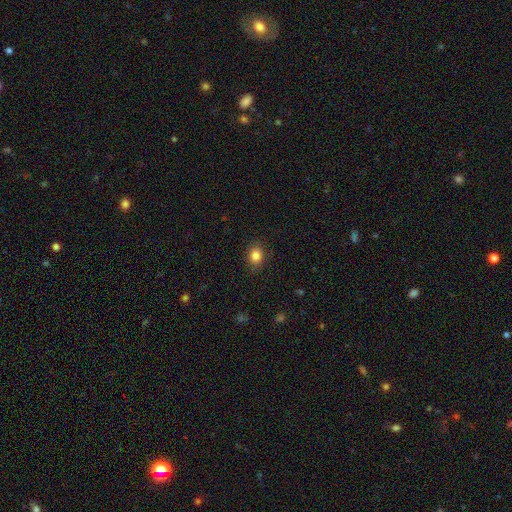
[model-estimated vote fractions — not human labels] smooth-or-featured: smooth: 84% | star or artifact: 11% | featured or disk: 5%
  how-rounded: round: 52% | in between: 47% | cigar-shaped: 1%
  merging: none: 87% | minor disturbance: 9% | major disturbance: 2% | merger: 1%